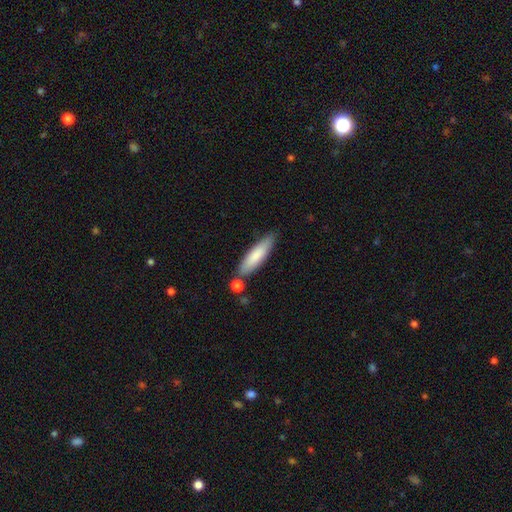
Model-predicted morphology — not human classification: Smooth or featured: smooth — 78% (featured or disk — 17%)
How rounded: cigar-shaped — 72% (in between — 26%)
Merging: none — 75% (minor disturbance — 14%)